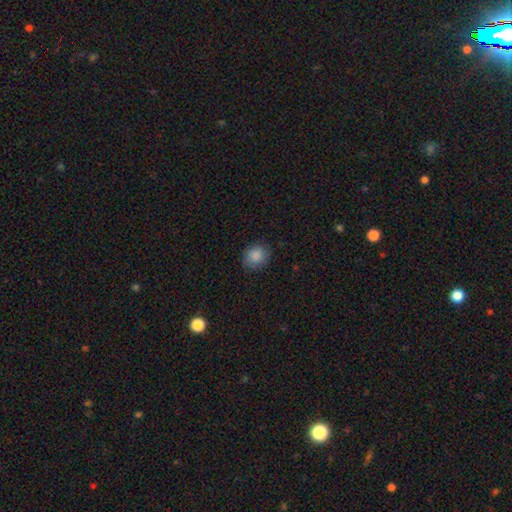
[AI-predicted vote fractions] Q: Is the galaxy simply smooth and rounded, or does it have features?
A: smooth — 88%.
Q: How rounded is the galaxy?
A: round — 72%.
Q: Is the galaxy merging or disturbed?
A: none — 85%.